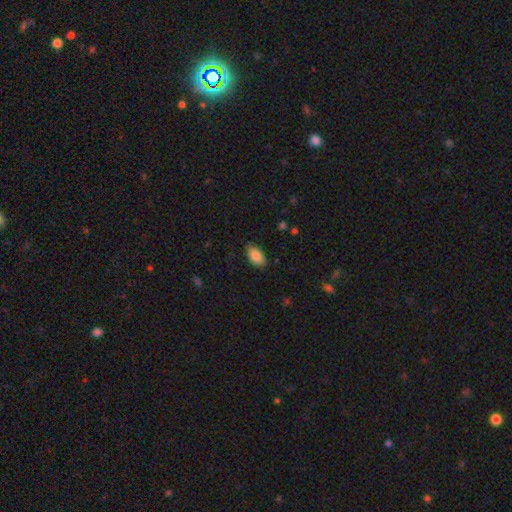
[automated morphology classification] smooth 84%, featured or disk 8%, star or artifact 7%. Down the decision tree: how rounded — in between (93%); merging — none (83%).